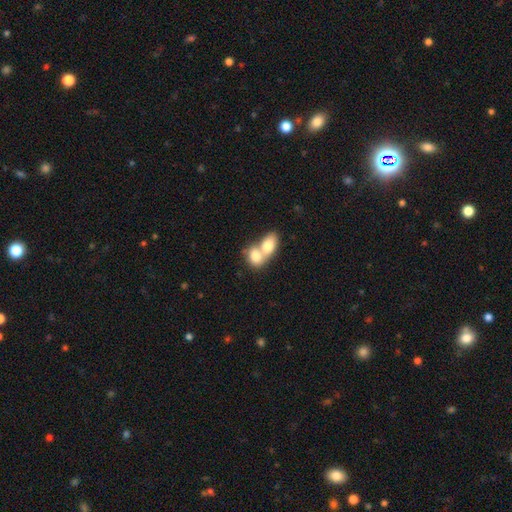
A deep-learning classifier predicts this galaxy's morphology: smooth_or_featured: smooth (p=0.75) [alt: featured or disk p=0.18]
how_rounded: in between (p=0.72) [alt: round p=0.25]
merging: merger (p=0.80) [alt: none p=0.13]